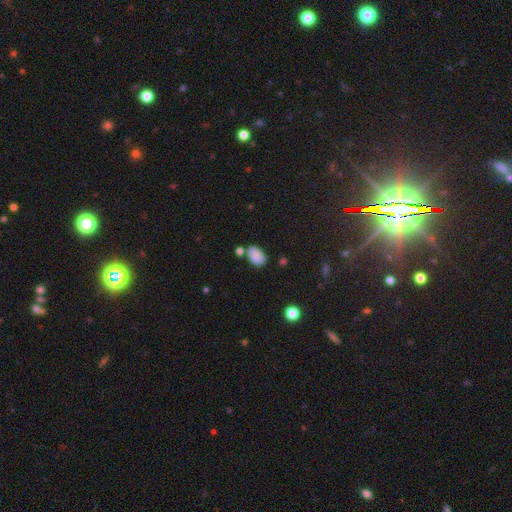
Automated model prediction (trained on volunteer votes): Morphology: type=smooth (80%); roundness=in between (86%); merging=none (55%).